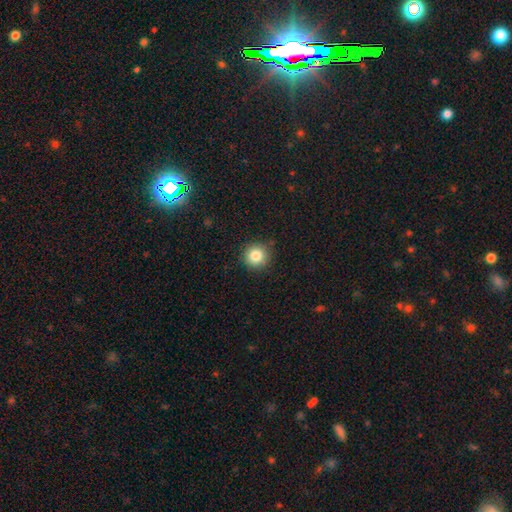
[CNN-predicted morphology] Smooth or featured? Predicted: smooth (p=0.83). How rounded? Predicted: round (p=0.94). Merging? Predicted: none (p=0.88).